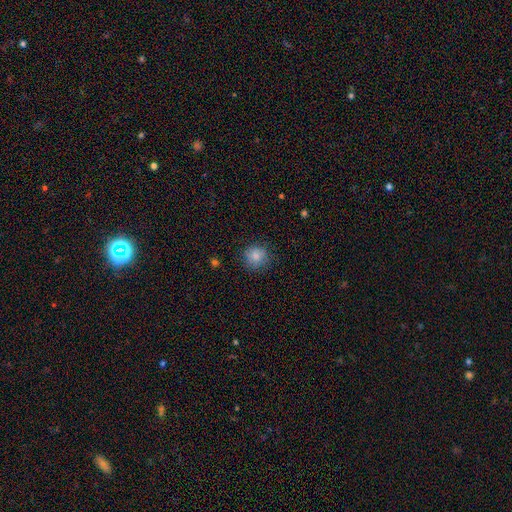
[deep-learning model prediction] The model was most divided on "merging": none: 82%, minor disturbance: 13%, major disturbance: 4%, merger: 1%. More confident: how rounded — round (88%); smooth or featured — smooth (84%).